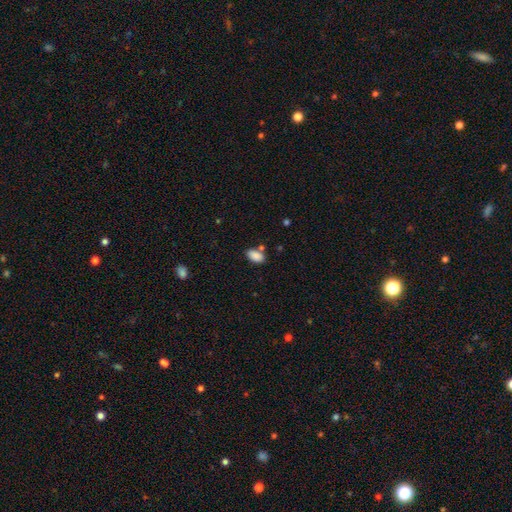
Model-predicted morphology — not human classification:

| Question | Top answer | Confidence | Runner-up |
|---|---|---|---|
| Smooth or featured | smooth | 87% | star or artifact (8%) |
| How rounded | in between | 92% | round (5%) |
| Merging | none | 69% | minor disturbance (15%) |